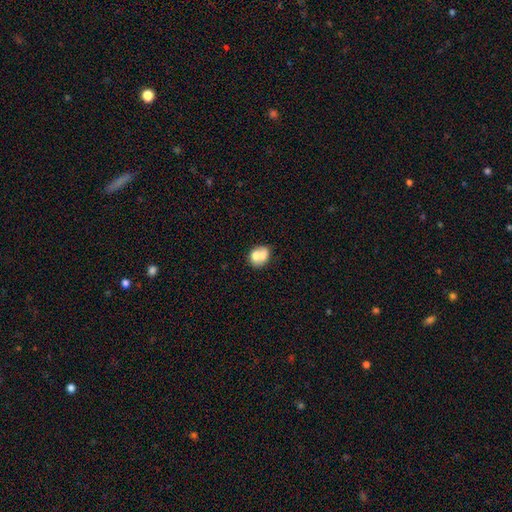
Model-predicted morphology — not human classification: This appears to be a smooth galaxy with no disk features (65%) that is round (50%). Merging: merger (53%).